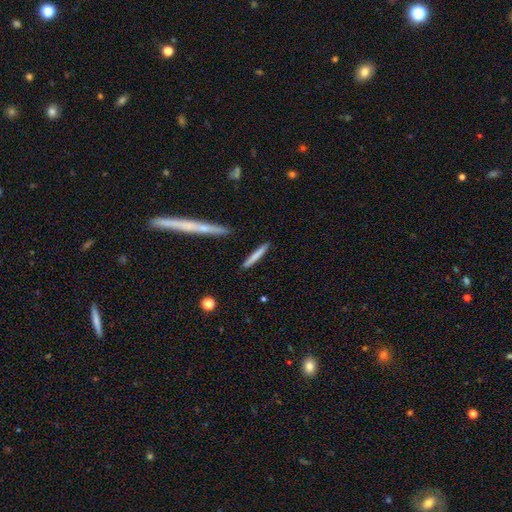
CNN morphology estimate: smooth-or-featured: smooth: 72% | featured or disk: 22% | star or artifact: 6%
  how-rounded: cigar-shaped: 95% | in between: 4% | round: 1%
  merging: none: 89% | minor disturbance: 7% | merger: 2% | major disturbance: 2%